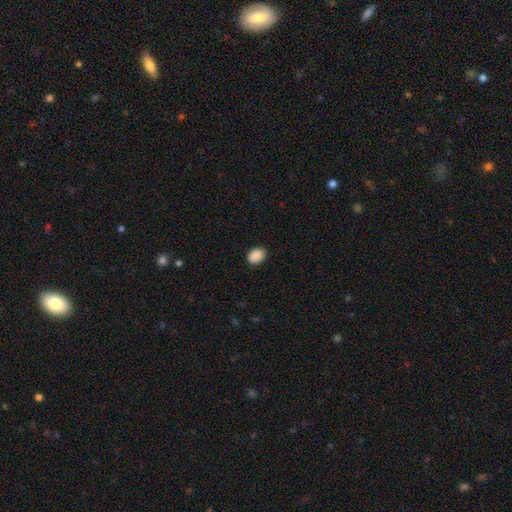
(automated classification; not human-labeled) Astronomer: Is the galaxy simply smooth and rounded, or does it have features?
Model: smooth — 90%.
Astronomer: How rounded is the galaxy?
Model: in between — 70%.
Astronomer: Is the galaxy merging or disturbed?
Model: none — 89%.